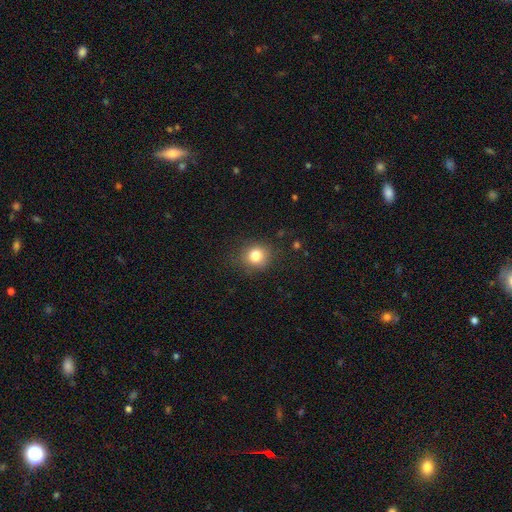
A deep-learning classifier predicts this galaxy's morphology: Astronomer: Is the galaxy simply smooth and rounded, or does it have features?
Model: smooth — 80%.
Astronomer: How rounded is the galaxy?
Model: round — 81%.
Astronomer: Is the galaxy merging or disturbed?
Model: none — 84%.